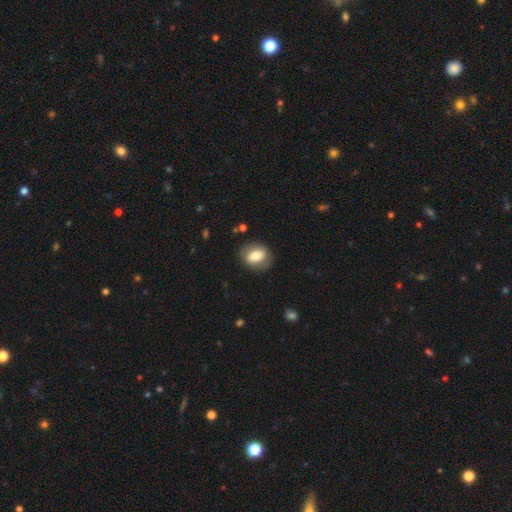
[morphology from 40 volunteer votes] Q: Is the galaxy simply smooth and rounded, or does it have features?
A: smooth — 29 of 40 (72%).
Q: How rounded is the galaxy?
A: in between — 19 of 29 (66%).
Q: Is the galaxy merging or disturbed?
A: none — 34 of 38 (89%).